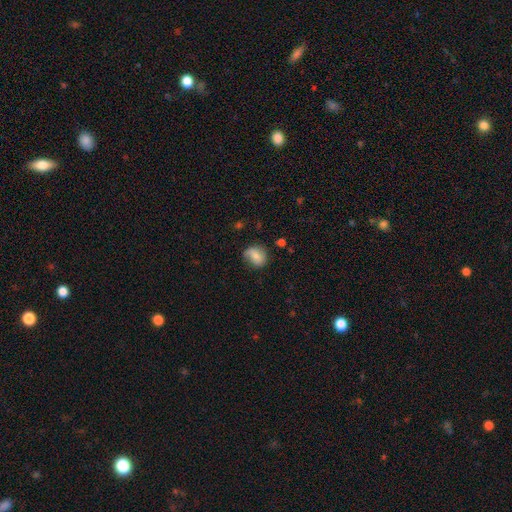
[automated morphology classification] Q: Smooth or featured?
A: smooth (64%); runner-up: featured or disk (27%)
Q: How rounded?
A: round (54%); runner-up: in between (45%)
Q: Merging?
A: none (60%); runner-up: minor disturbance (28%)